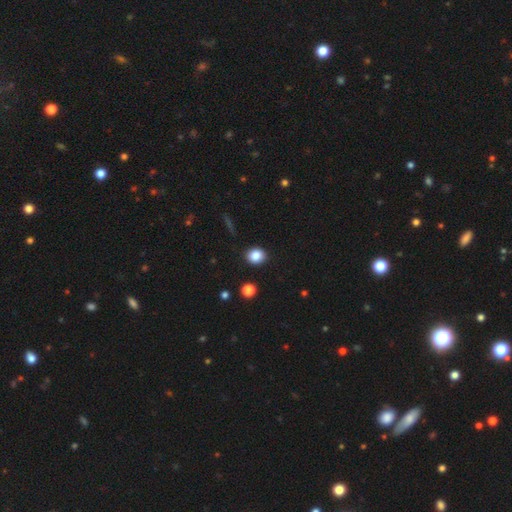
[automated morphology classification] Overall: smooth (85%). How rounded: round (69%; in between 30%). Merging: none (89%).